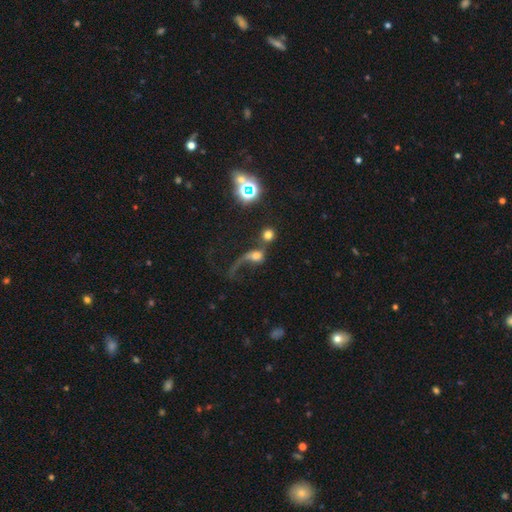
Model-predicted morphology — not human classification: Smooth or featured?
  - smooth: 47% *
  - featured or disk: 36%
  - star or artifact: 17%
Merging?
  - merger: 38% *
  - major disturbance: 35%
  - none: 19%
  - minor disturbance: 9%